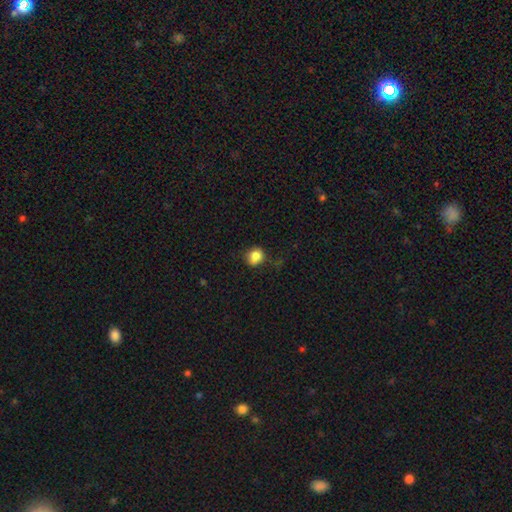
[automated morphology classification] Smooth or featured? Predicted: smooth (p=0.81). How rounded? Predicted: round (p=0.71). Merging? Predicted: none (p=0.64).